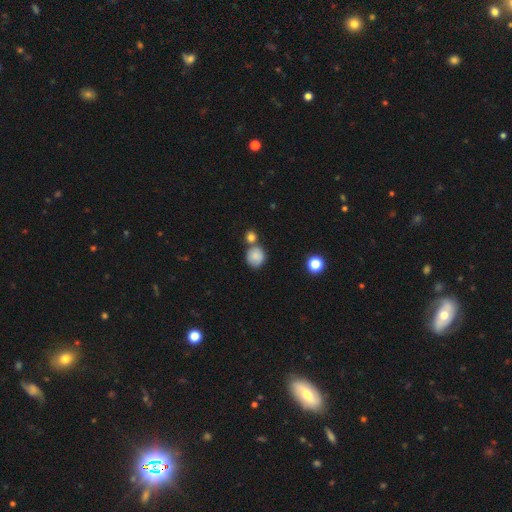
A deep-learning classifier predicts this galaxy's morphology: A smooth galaxy with no disk features (83%) that is round (80%). Merging: none (57%).